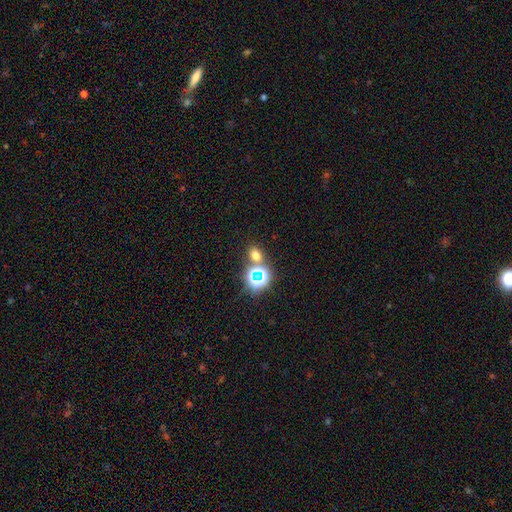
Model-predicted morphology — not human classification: Smooth or featured: smooth — 61% (star or artifact — 32%)
How rounded: round — 52% (in between — 47%)
Merging: none — 71% (merger — 17%)